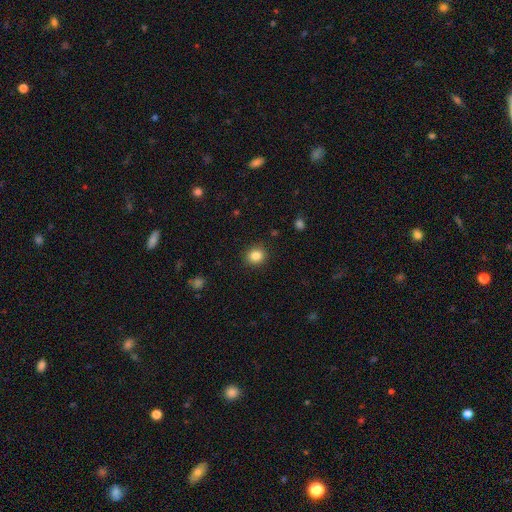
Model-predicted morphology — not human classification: Overall: smooth (85%). How rounded: round (78%). Merging: none (90%).